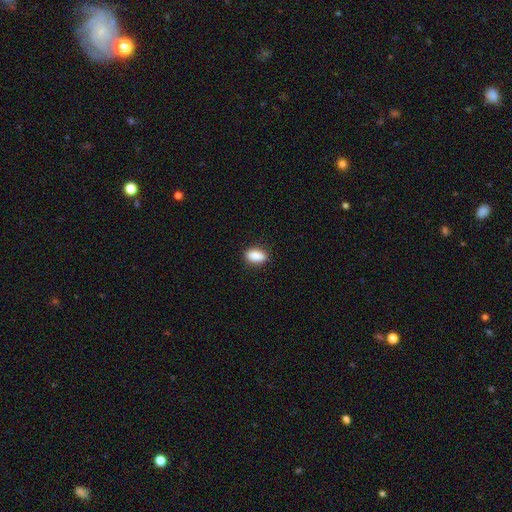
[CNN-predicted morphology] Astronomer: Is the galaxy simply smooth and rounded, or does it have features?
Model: smooth — 89%.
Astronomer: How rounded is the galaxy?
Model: in between — 89%.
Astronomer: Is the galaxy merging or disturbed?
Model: none — 87%.